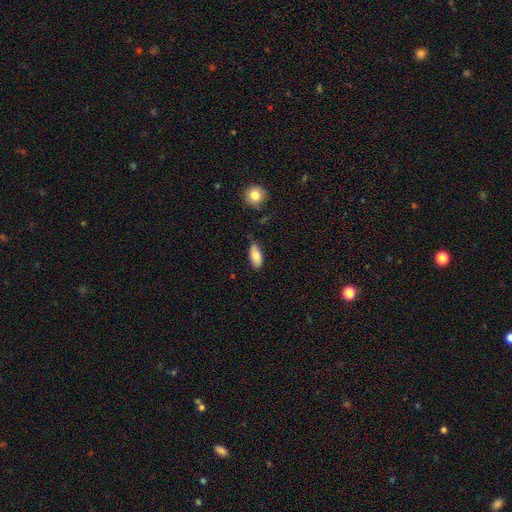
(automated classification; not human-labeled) Smooth or featured: smooth — 78% (featured or disk — 15%)
How rounded: in between — 86% (cigar-shaped — 11%)
Merging: none — 69% (minor disturbance — 23%)